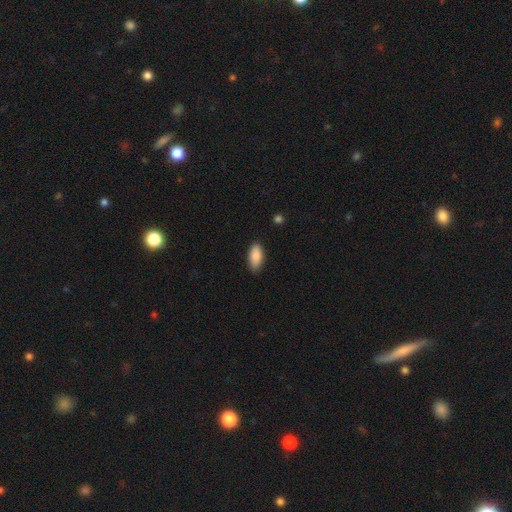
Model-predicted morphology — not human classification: A smooth galaxy with no disk features (88%) that is in between round and cigar-shaped (91%).

Vote fractions:
- Smooth or featured? smooth: 88% / star or artifact: 6% / featured or disk: 6%
- How rounded? in between: 91% / cigar-shaped: 7% / round: 2%
- Merging? none: 86% / minor disturbance: 11% / major disturbance: 2% / merger: 1%